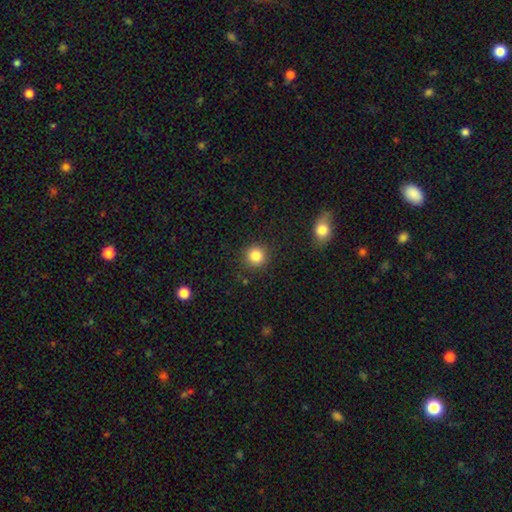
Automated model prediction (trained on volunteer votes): Smooth or featured? Predicted: smooth (p=0.85). How rounded? Predicted: round (p=0.93). Merging? Predicted: none (p=0.89).